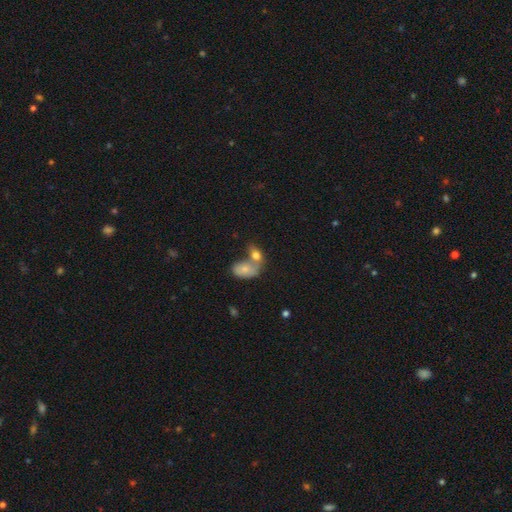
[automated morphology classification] This is marginally a smooth galaxy (43%). Merging: possibly merger (46%).